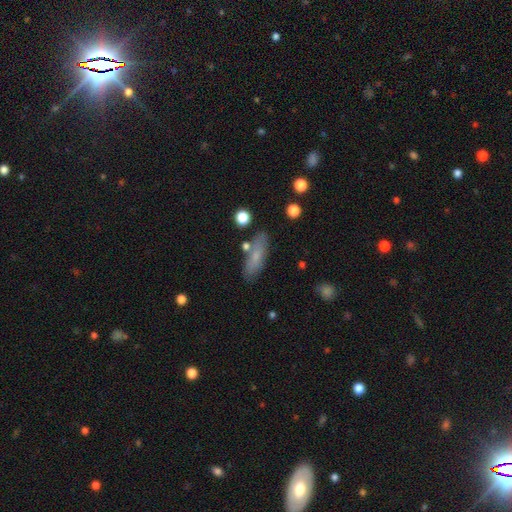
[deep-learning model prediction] Overall: smooth (68%). How rounded: in between (51%; cigar-shaped 46%). Merging: none (75%).